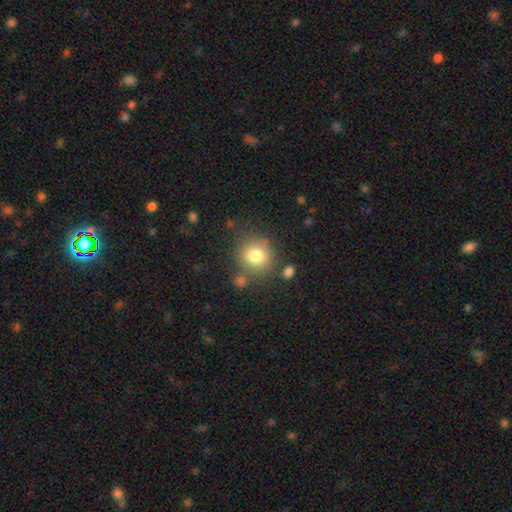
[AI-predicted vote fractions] The model was most divided on "merging": none: 76%, minor disturbance: 12%, merger: 8%, major disturbance: 4%. More confident: how rounded — round (87%); smooth or featured — smooth (79%).